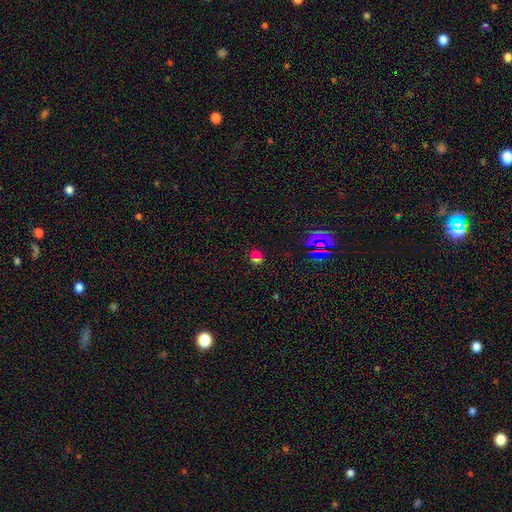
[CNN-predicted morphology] This appears to be a smooth galaxy with no disk features (51%) that is round (72%). Merging: none (60%).